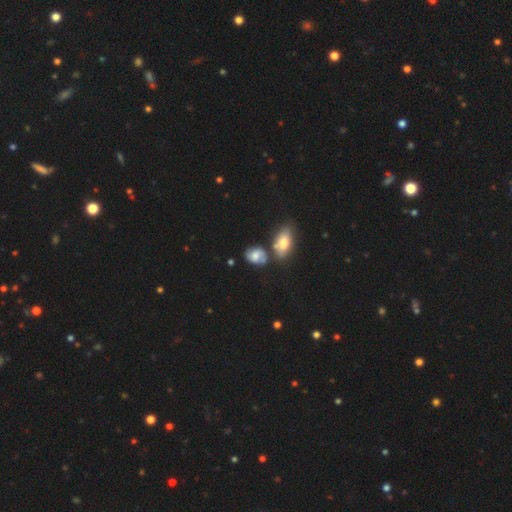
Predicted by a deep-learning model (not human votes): A smooth galaxy with no disk features (48%). Merging: none (54%).